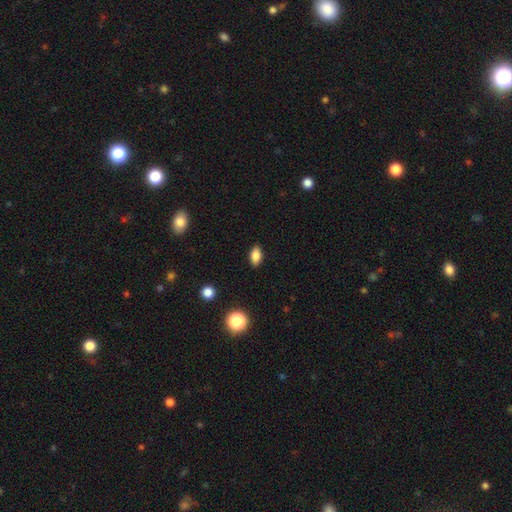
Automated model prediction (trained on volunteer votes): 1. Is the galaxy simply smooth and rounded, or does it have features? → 83% smooth, 9% star or artifact, 8% featured or disk.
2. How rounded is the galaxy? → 89% in between, 7% round, 5% cigar-shaped.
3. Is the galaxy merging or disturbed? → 88% none, 9% minor disturbance, 2% major disturbance, 1% merger.